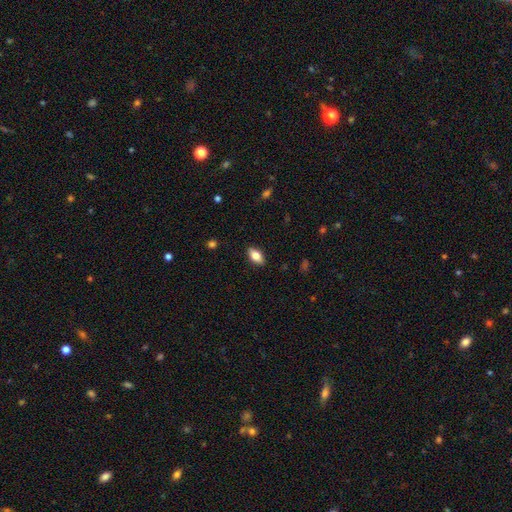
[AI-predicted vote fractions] A smooth galaxy with no disk features (78%) that is in between round and cigar-shaped (90%).

Vote fractions:
- Smooth or featured? smooth: 78% / featured or disk: 15% / star or artifact: 7%
- How rounded? in between: 90% / cigar-shaped: 6% / round: 4%
- Merging? none: 88% / minor disturbance: 9% / major disturbance: 2% / merger: 1%